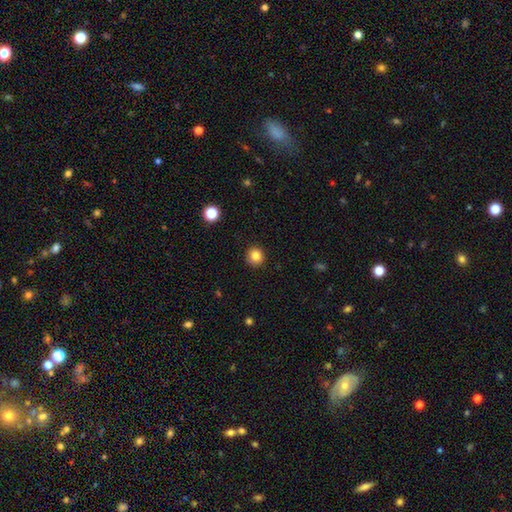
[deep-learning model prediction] This is clearly a smooth galaxy (84%). How rounded: clearly round (92%). Merging: clearly none (91%).